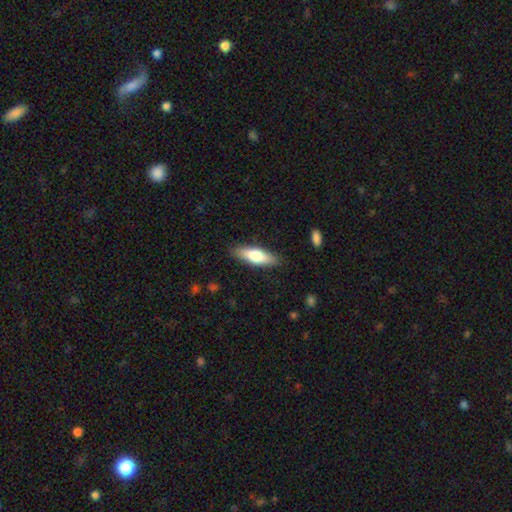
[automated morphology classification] Smooth or featured? Predicted: smooth (p=0.67). How rounded? Predicted: in between (p=0.53). Merging? Predicted: none (p=0.86).